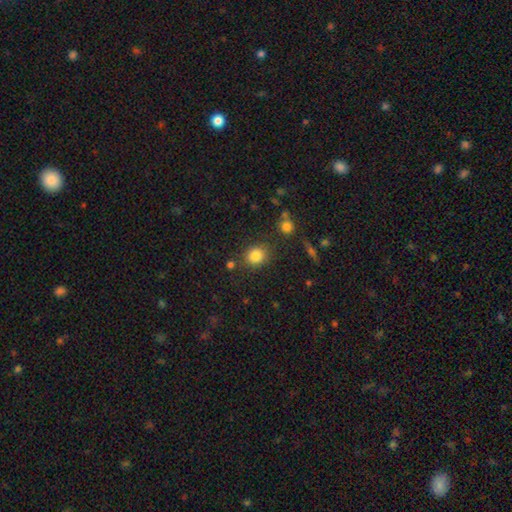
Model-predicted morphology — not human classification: The model was most divided on "how rounded": round: 72%, in between: 27%, cigar-shaped: 1%. More confident: smooth or featured — smooth (83%); merging — none (80%).